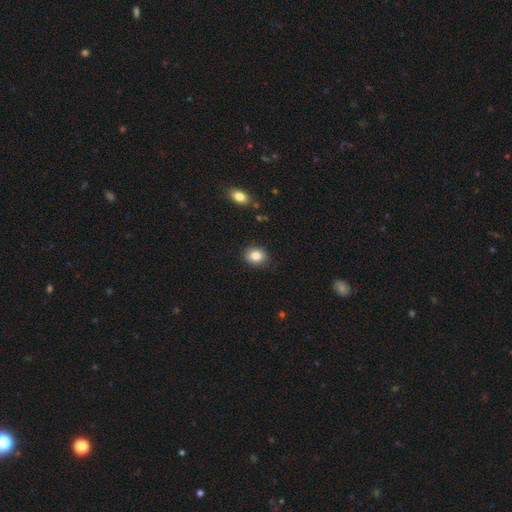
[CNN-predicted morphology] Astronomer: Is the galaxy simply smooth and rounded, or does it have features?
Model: smooth — 84%.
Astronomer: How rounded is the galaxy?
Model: round — 55% (runner-up: in between, 44%).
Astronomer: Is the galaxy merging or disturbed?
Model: none — 87%.